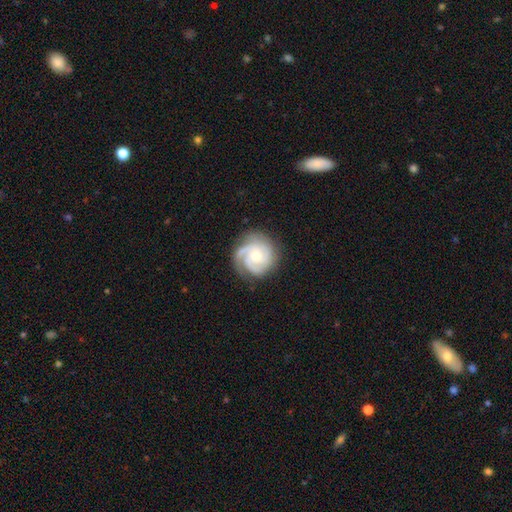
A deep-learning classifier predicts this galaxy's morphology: This appears to be a featured or disk galaxy (86%) with no bar (76%), 3 (57%) tight (66%) spiral arms (98%) and a moderate central bulge (56%). Merging: none (78%).